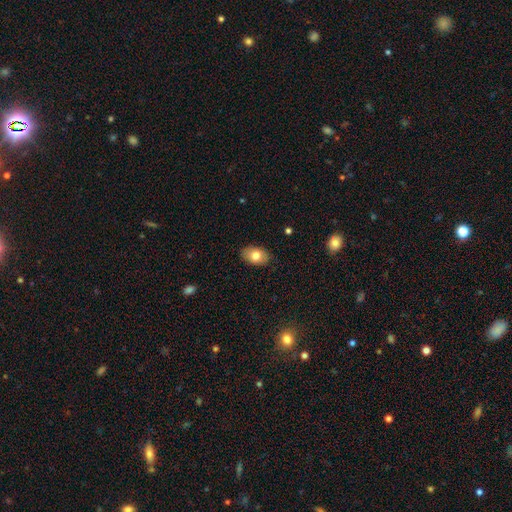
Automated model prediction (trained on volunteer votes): This appears to be a smooth galaxy with no disk features (79%) that is in between round and cigar-shaped (89%). Merging: none (85%).